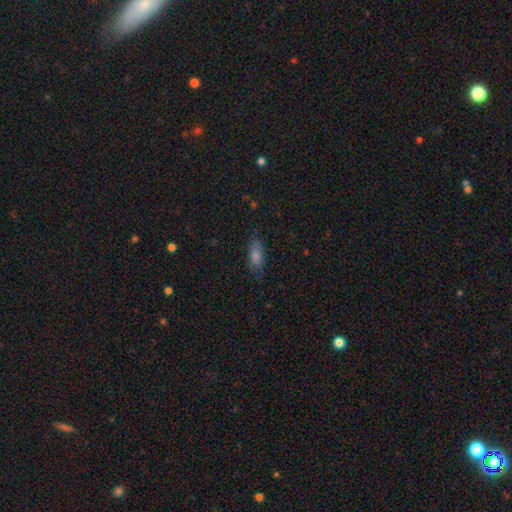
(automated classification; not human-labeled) This appears to be a smooth galaxy with no disk features (62%) that is in between round and cigar-shaped (75%). Merging: none (76%).